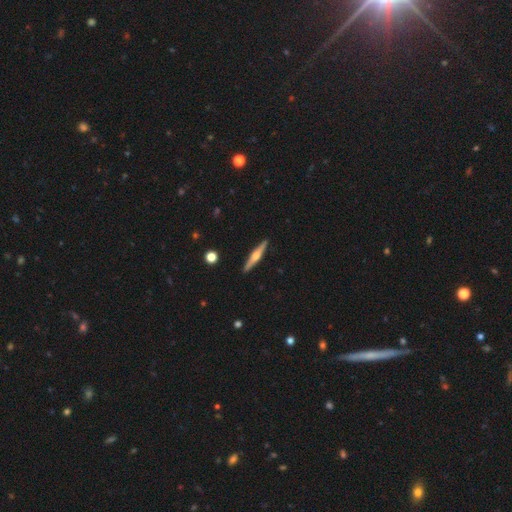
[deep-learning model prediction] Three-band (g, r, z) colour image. It shows a featured or disk galaxy (69%) viewed edge-on (98%) with a rounded central bulge (91%). Merging: none (91%).